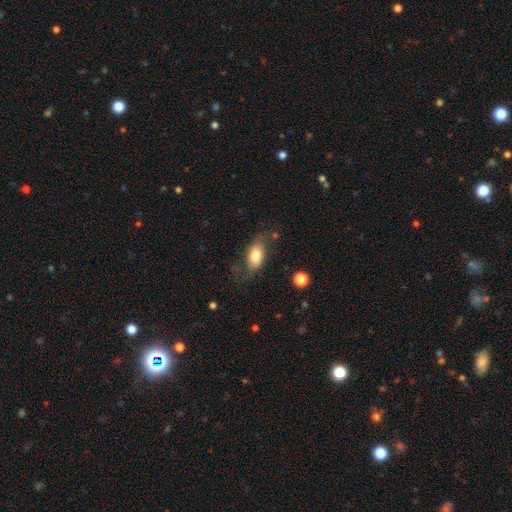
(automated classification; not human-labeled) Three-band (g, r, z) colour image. It shows a smooth galaxy with no disk features (72%) that is in between round and cigar-shaped (90%). Merging: none (61%).